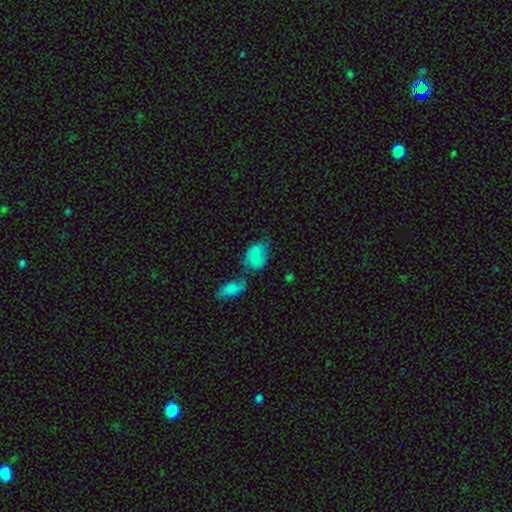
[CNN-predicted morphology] A smooth galaxy with no disk features (73%) that is in between round and cigar-shaped (86%). Merging: merger (39%).